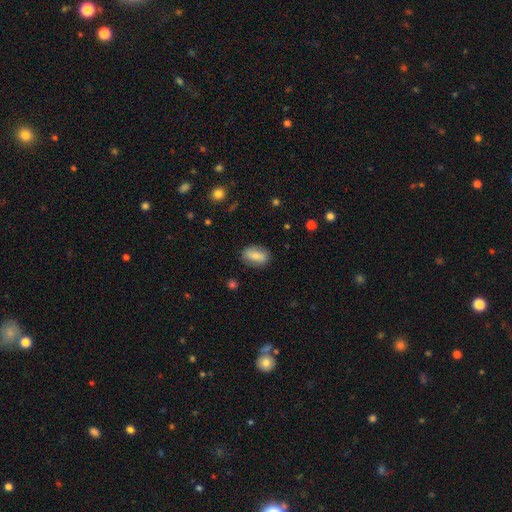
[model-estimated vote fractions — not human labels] Smooth or featured? smooth (72%)
How rounded? in between (85%)
Merging? none (84%)